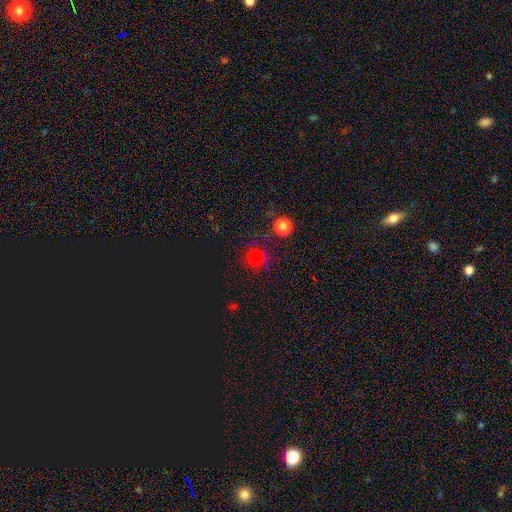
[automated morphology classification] Smooth or featured? Predicted: smooth (p=0.62). How rounded? Predicted: round (p=0.92). Merging? Predicted: none (p=0.78).